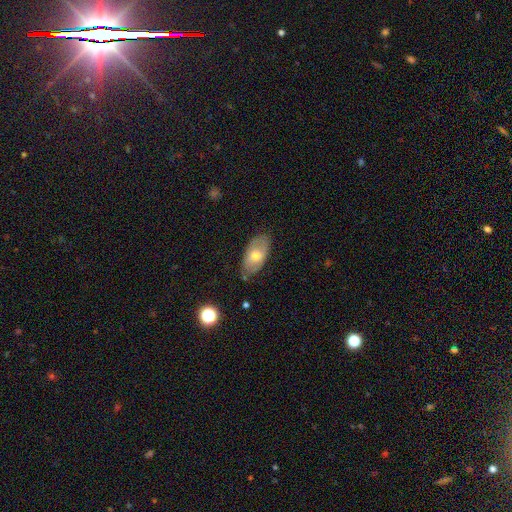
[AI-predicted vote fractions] A smooth galaxy with no disk features (58%) that is in between round and cigar-shaped (92%). Merging: none (76%).